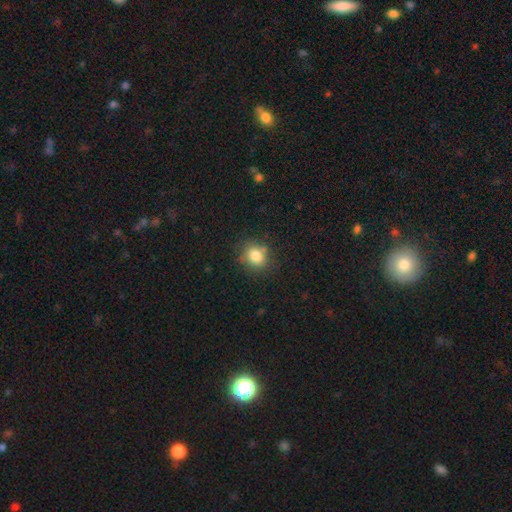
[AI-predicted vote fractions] Smooth or featured? smooth (81%)
How rounded? round (67%)
Merging? none (76%)